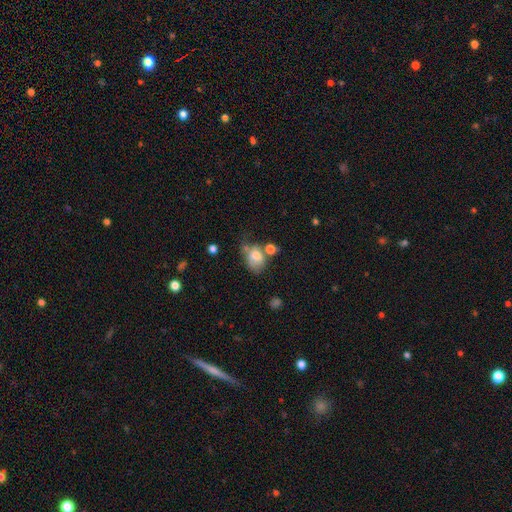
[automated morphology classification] smooth-or-featured: smooth: 71% | featured or disk: 19% | star or artifact: 10%
  how-rounded: in between: 64% | round: 35% | cigar-shaped: 1%
  merging: none: 28% | minor disturbance: 27% | merger: 24% | major disturbance: 21%